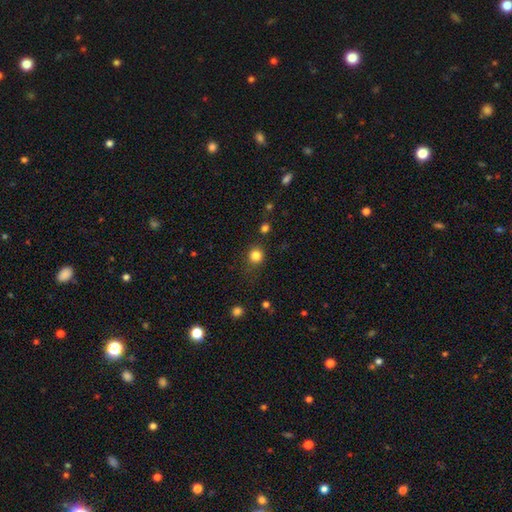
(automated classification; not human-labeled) Smooth or featured? Predicted: smooth (p=0.82). How rounded? Predicted: round (p=0.91). Merging? Predicted: none (p=0.82).